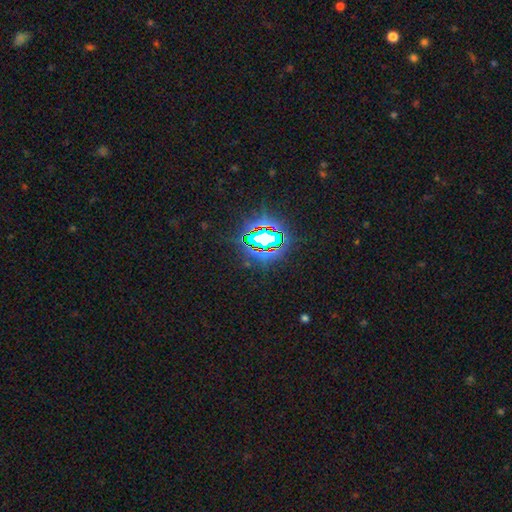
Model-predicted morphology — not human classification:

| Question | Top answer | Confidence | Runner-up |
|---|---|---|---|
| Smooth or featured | star or artifact | 83% | smooth (10%) |